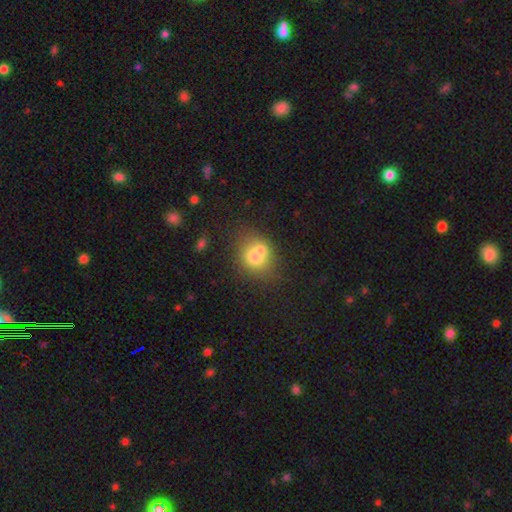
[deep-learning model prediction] Smooth or featured? Predicted: smooth (p=0.66). How rounded? Predicted: round (p=0.69). Merging? Predicted: merger (p=0.53).